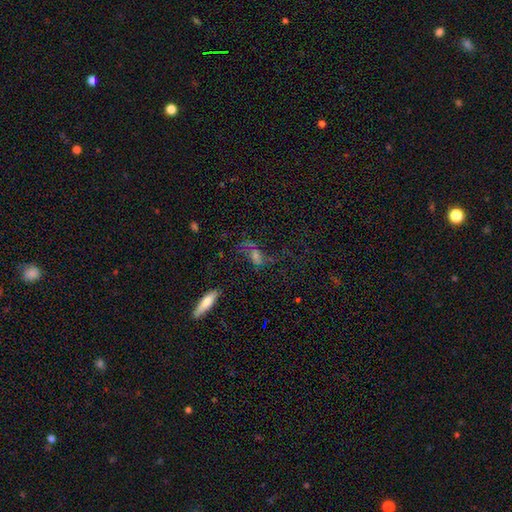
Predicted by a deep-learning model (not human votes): This appears to be a featured or disk galaxy (40%). Merging: none (50%).